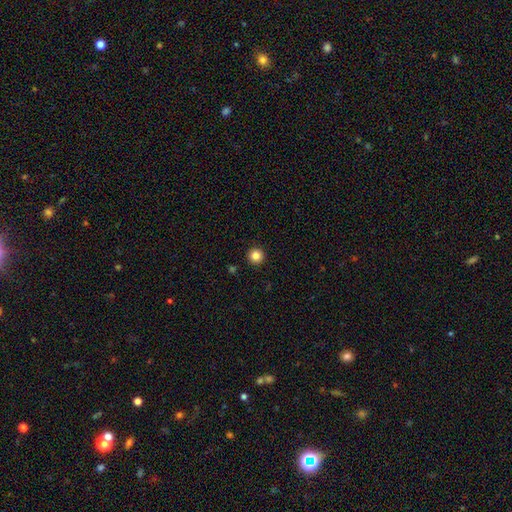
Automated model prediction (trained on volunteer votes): Q: Smooth or featured?
A: smooth (84%); runner-up: star or artifact (11%)
Q: How rounded?
A: round (96%); runner-up: in between (3%)
Q: Merging?
A: none (93%); runner-up: minor disturbance (4%)